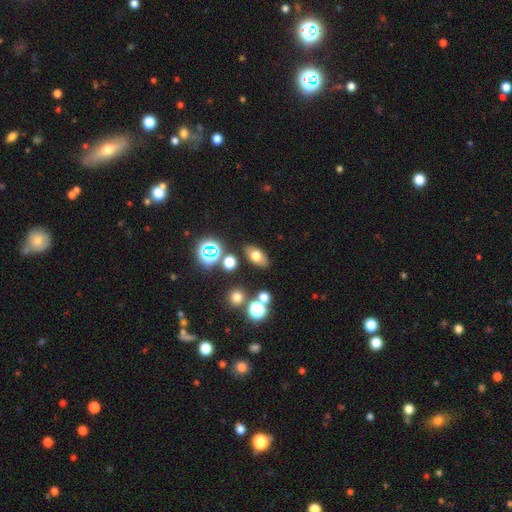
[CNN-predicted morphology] Overall: smooth (67%). How rounded: in between (84%). Merging: none (82%).